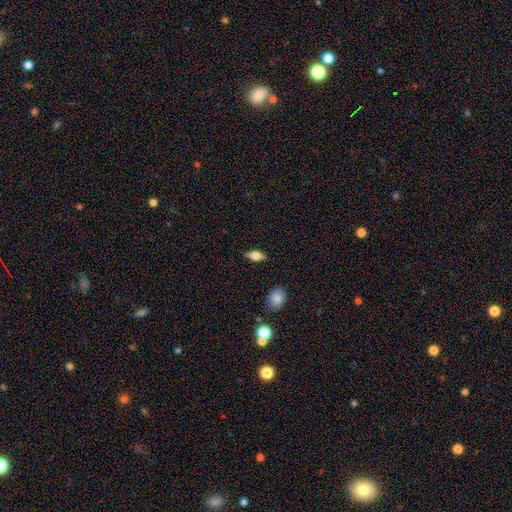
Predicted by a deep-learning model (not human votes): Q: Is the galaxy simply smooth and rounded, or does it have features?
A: smooth — 64%.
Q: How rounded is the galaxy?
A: in between — 81%.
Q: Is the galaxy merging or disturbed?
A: none — 86%.